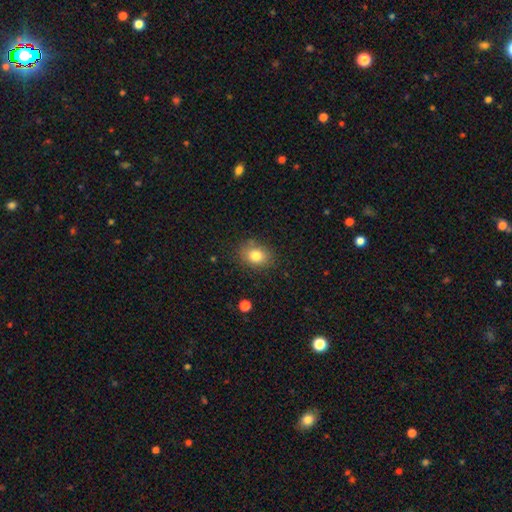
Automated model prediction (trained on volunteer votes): smooth 81%, star or artifact 10%, featured or disk 9%. Down the decision tree: how rounded — in between (59%); merging — none (81%).